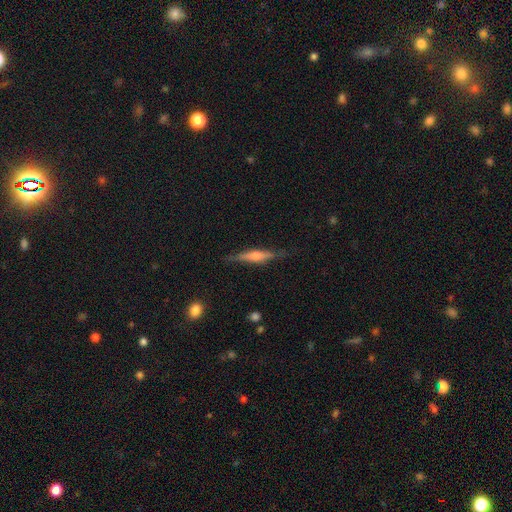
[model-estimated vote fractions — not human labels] Q: Smooth or featured?
A: featured or disk (69%); runner-up: smooth (24%)
Q: Edge-on disk?
A: yes (96%); runner-up: no (4%)
Q: Edge-on bulge?
A: rounded (72%); runner-up: boxy (18%)
Q: Merging?
A: none (82%); runner-up: minor disturbance (13%)